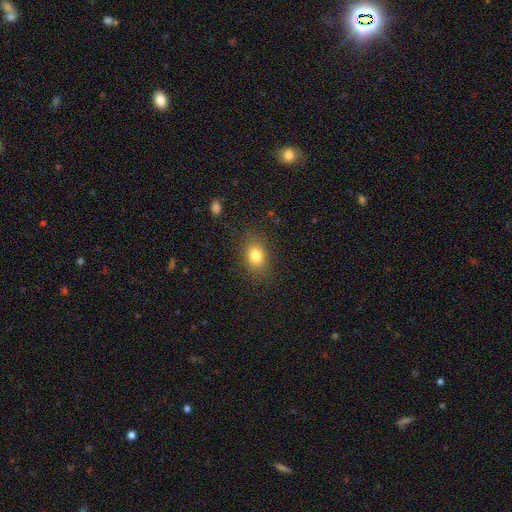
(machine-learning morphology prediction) This appears to be a smooth galaxy with no disk features (81%) that is in between round and cigar-shaped (74%). Merging: none (83%).